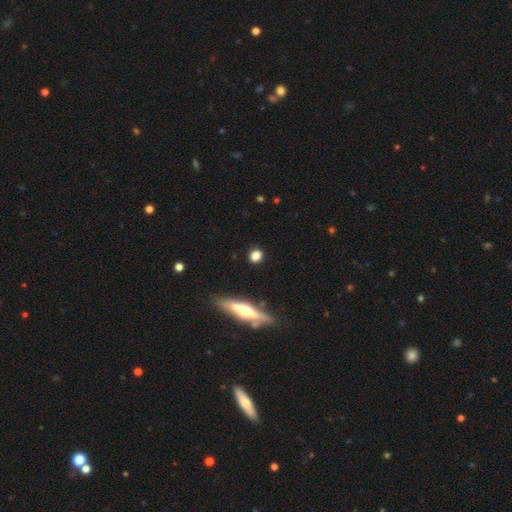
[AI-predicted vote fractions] Smooth or featured? smooth (81%)
How rounded? round (69%)
Merging? none (86%)